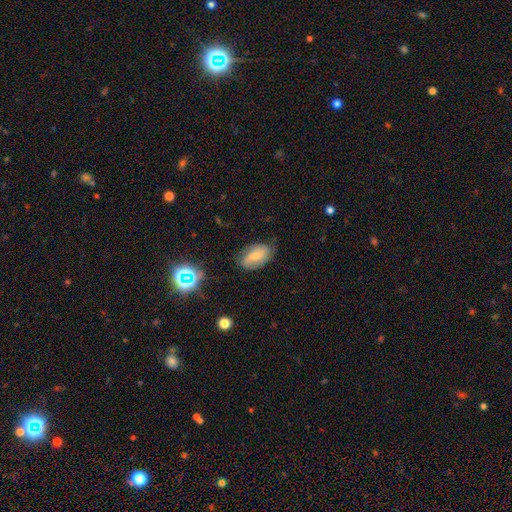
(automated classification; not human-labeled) smooth 56%, featured or disk 34%, star or artifact 11%. Down the decision tree: how rounded — in between (91%); merging — none (69%).